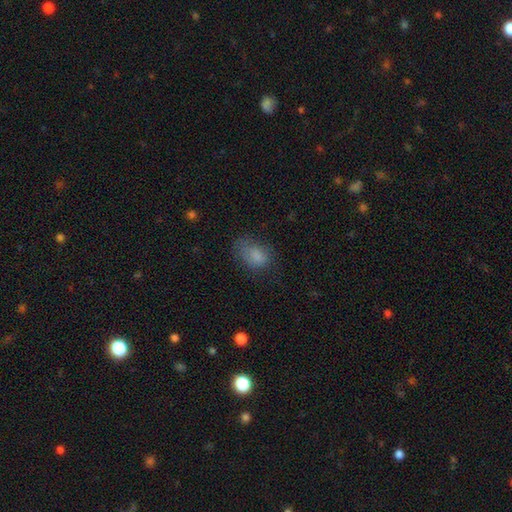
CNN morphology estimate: This appears to be a smooth galaxy with no disk features (78%) that is in between round and cigar-shaped (82%). Merging: none (54%).